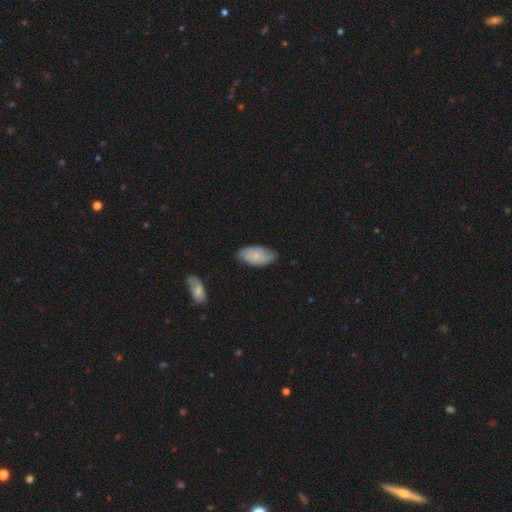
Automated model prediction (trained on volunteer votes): A smooth galaxy with no disk features (71%) that is in between round and cigar-shaped (94%). Merging: none (68%).